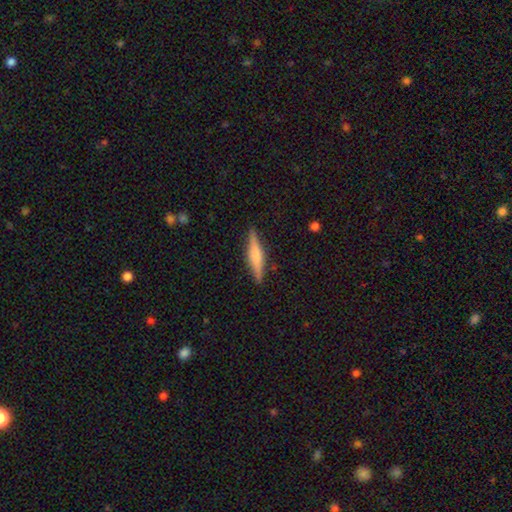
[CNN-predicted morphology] Smooth or featured? featured or disk (50%)
Edge-on disk? yes (97%)
Merging? none (89%)